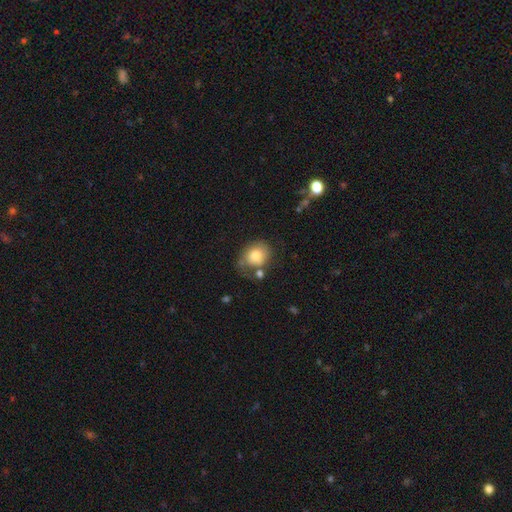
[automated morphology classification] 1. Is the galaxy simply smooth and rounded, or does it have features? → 77% smooth, 15% featured or disk, 8% star or artifact.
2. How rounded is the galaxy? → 65% round, 35% in between, 1% cigar-shaped.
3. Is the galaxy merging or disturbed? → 52% none, 24% minor disturbance, 12% major disturbance, 12% merger.